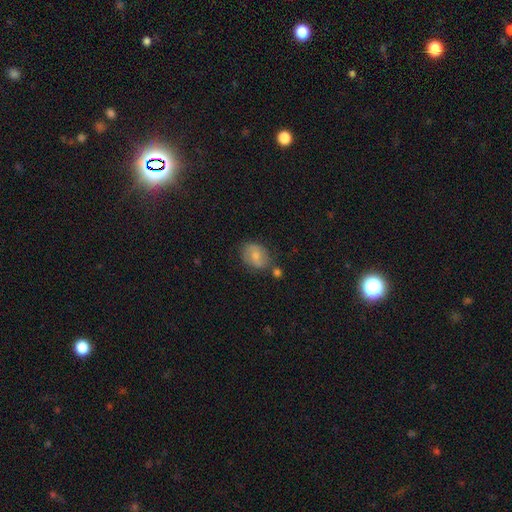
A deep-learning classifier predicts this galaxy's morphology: Overall: smooth (68%). How rounded: in between (67%; round 32%). Merging: none (65%).